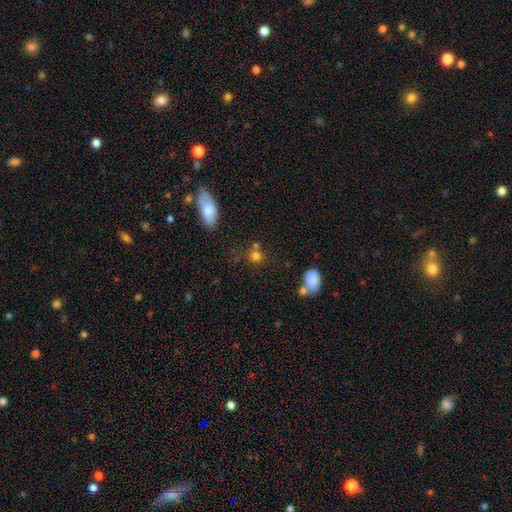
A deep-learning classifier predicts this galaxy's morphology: Q: Smooth or featured?
A: smooth (78%); runner-up: star or artifact (14%)
Q: How rounded?
A: round (83%); runner-up: in between (15%)
Q: Merging?
A: none (61%); runner-up: merger (23%)